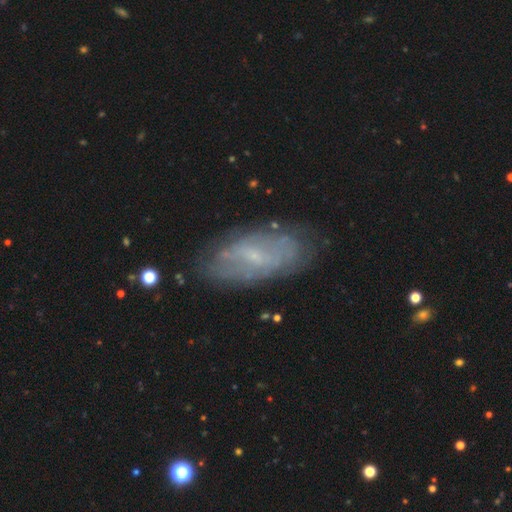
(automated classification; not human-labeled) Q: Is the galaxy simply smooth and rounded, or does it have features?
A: featured or disk — 62%.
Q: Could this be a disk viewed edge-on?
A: no — 90%.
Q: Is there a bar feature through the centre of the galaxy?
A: weak — 48%.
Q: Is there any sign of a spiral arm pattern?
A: yes — 60%.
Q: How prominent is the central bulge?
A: small — 71%.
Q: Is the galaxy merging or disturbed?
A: none — 75%.